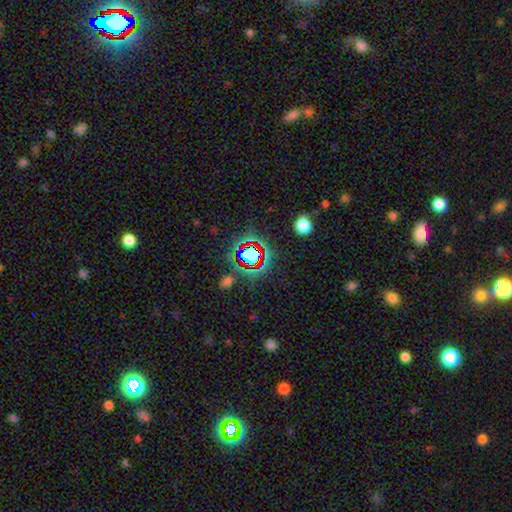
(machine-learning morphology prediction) This appears to be a star or artifact, not a galaxy (70%).